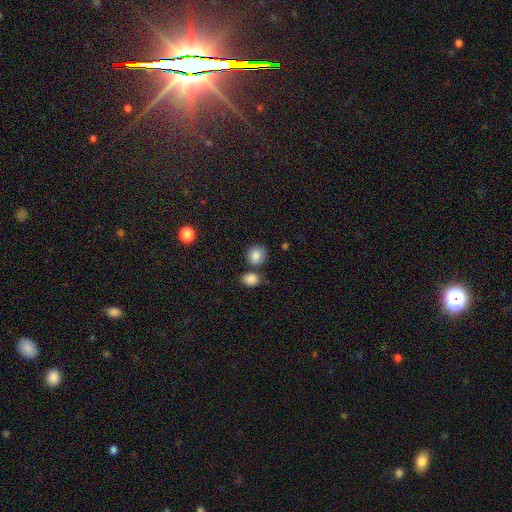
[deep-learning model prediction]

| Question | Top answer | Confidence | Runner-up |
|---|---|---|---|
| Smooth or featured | smooth | 86% | star or artifact (9%) |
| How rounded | round | 76% | in between (23%) |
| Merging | none | 66% | merger (18%) |